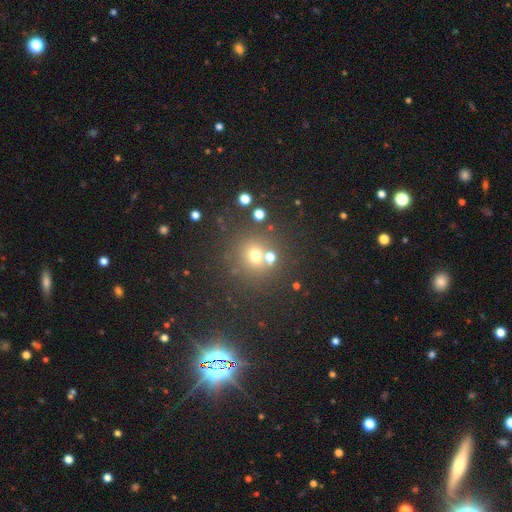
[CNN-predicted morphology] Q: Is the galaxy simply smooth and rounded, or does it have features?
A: smooth — 67%.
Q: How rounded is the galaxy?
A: round — 90%.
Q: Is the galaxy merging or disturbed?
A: none — 68%.